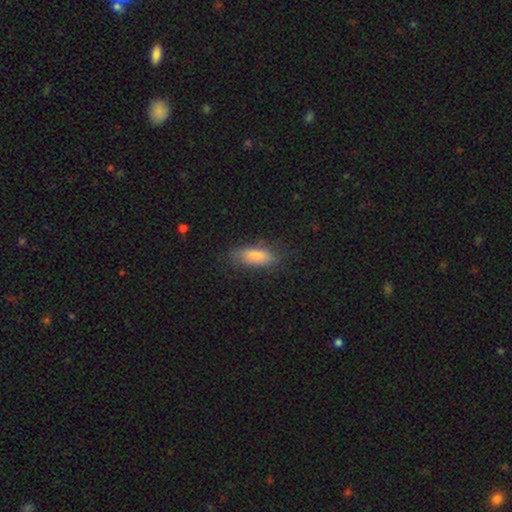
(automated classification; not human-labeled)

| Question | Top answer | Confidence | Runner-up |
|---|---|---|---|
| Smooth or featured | smooth | 76% | star or artifact (12%) |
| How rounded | in between | 67% | cigar-shaped (31%) |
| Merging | none | 82% | minor disturbance (13%) |